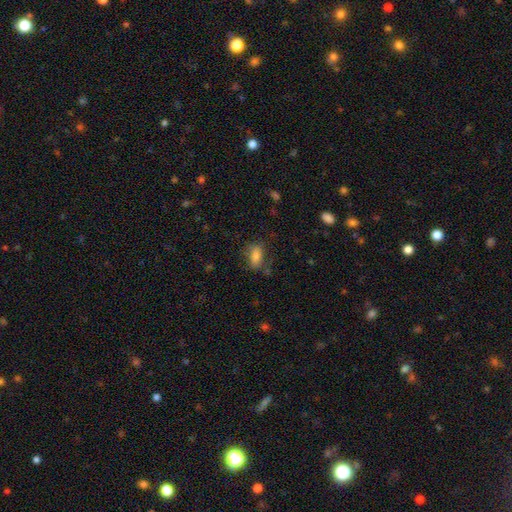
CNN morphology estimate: type=smooth (76%); roundness=in between (82%); merging=none (70%).